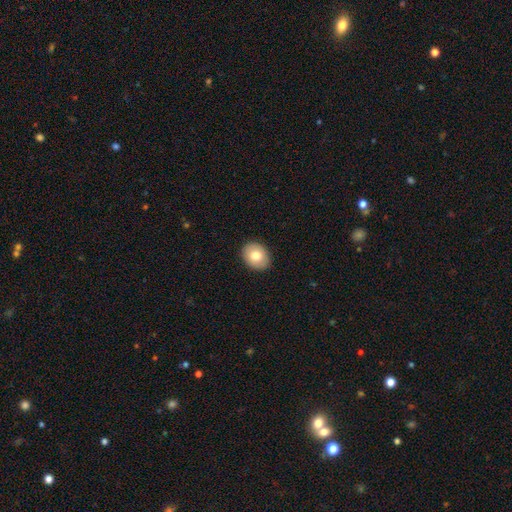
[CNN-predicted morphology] A smooth galaxy with no disk features (77%) that is in between round and cigar-shaped (51%).

Vote fractions:
- Smooth or featured? smooth: 77% / featured or disk: 16% / star or artifact: 7%
- How rounded? in between: 51% / round: 48% / cigar-shaped: 1%
- Merging? none: 90% / minor disturbance: 7% / major disturbance: 2% / merger: 1%